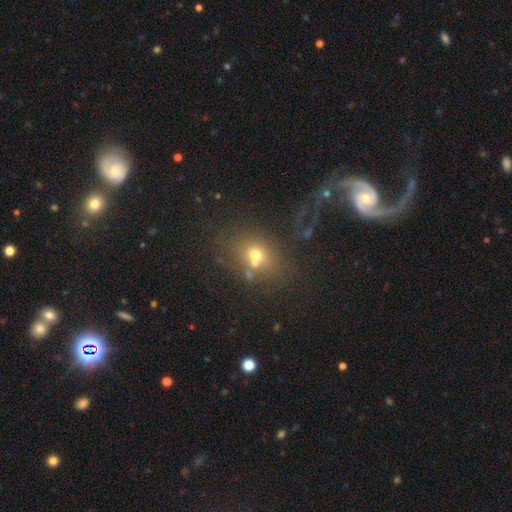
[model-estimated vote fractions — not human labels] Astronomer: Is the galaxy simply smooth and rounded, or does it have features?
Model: smooth — 57%.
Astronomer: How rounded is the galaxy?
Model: round — 55% (runner-up: in between, 44%).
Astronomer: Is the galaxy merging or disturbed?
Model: none — 47% (runner-up: merger, 30%).